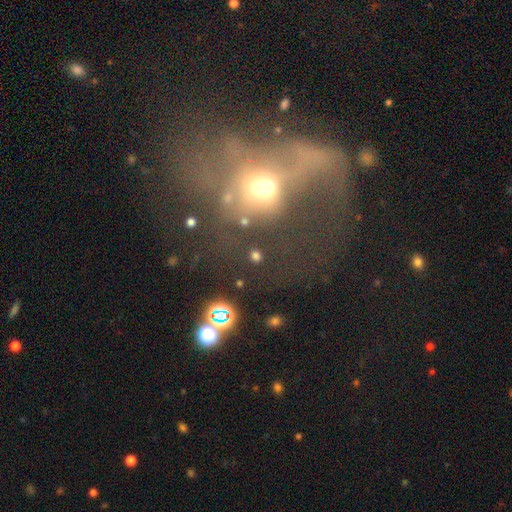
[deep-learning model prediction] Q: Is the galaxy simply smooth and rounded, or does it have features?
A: smooth — 72%.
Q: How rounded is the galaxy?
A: round — 82%.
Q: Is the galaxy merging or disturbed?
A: none — 83%.